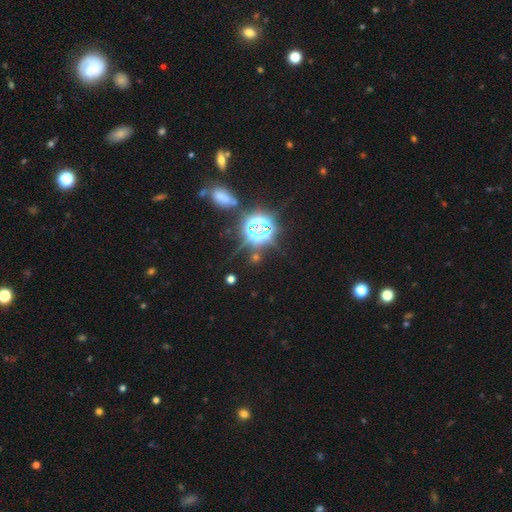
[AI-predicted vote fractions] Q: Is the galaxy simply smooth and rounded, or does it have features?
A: star or artifact — 75%.